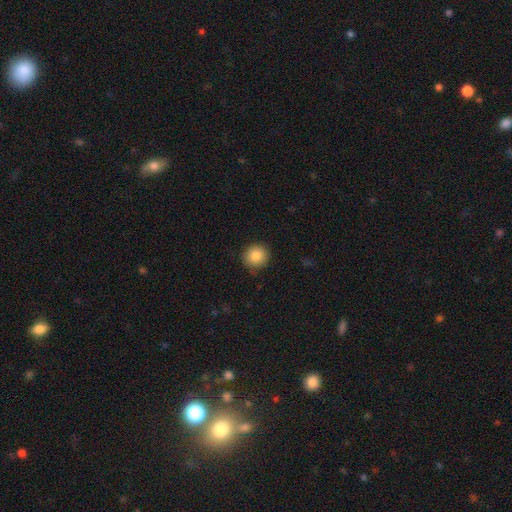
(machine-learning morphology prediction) type=smooth (86%); roundness=round (90%); merging=none (88%).